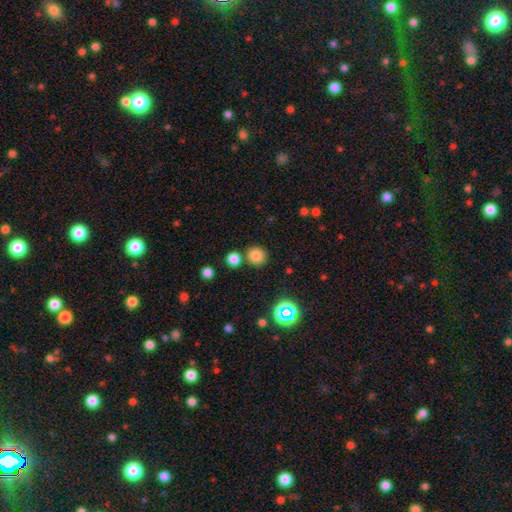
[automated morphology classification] Smooth or featured? smooth (80%)
How rounded? round (90%)
Merging? none (79%)